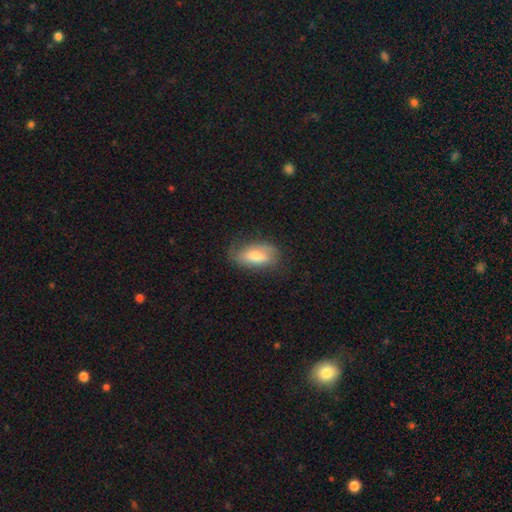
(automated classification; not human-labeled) A smooth galaxy with no disk features (71%) that is in between round and cigar-shaped (87%). Merging: none (67%).